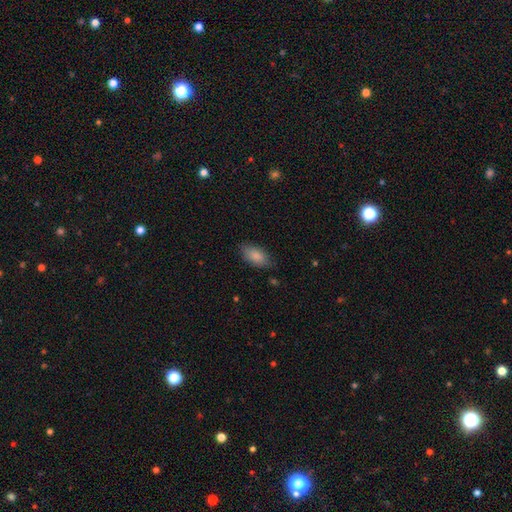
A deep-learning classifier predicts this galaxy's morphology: smooth 86%, featured or disk 8%, star or artifact 7%. Down the decision tree: how rounded — in between (91%); merging — none (80%).